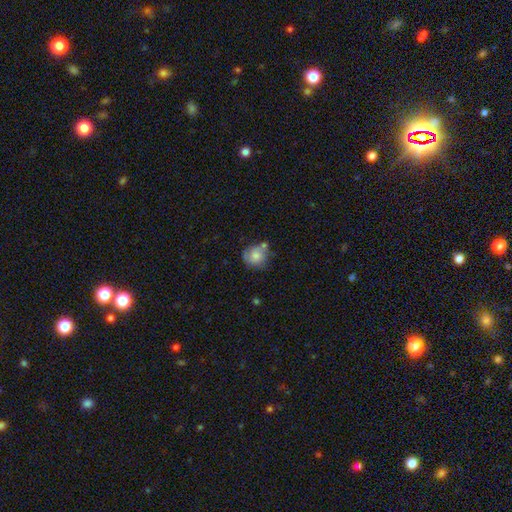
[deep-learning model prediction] Smooth or featured?
  - smooth: 74% *
  - featured or disk: 17%
  - star or artifact: 8%
How rounded?
  - round: 82% *
  - in between: 17%
  - cigar-shaped: 1%
Merging?
  - none: 57% *
  - minor disturbance: 22%
  - merger: 14%
  - major disturbance: 6%